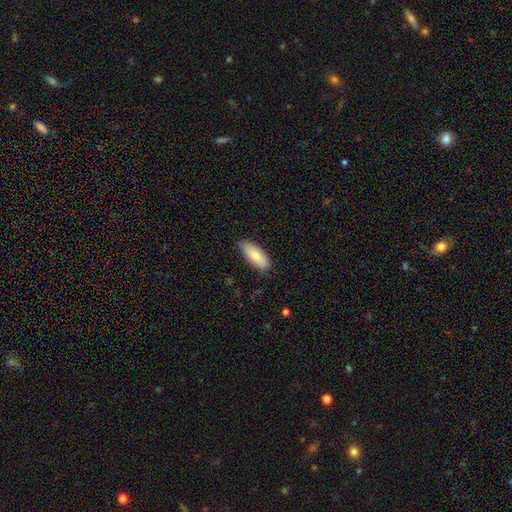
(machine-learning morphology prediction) smooth-or-featured: smooth: 76% | featured or disk: 17% | star or artifact: 6%
  how-rounded: in between: 78% | cigar-shaped: 20% | round: 2%
  merging: none: 82% | minor disturbance: 14% | major disturbance: 2% | merger: 1%